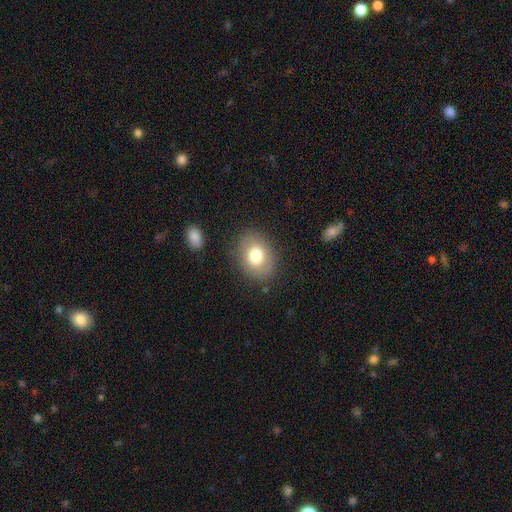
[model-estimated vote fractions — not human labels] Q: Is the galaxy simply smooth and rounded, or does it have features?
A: smooth — 75%.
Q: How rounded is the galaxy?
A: in between — 60%.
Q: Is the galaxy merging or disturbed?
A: none — 81%.